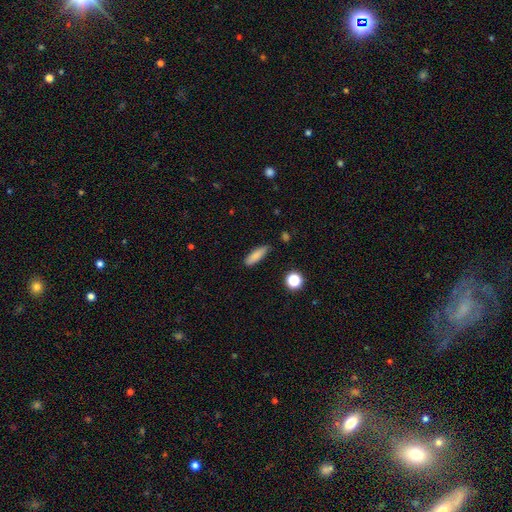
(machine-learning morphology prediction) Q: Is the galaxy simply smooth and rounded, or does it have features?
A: smooth — 82%.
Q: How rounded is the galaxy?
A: cigar-shaped — 53%.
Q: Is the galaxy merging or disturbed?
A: none — 75%.